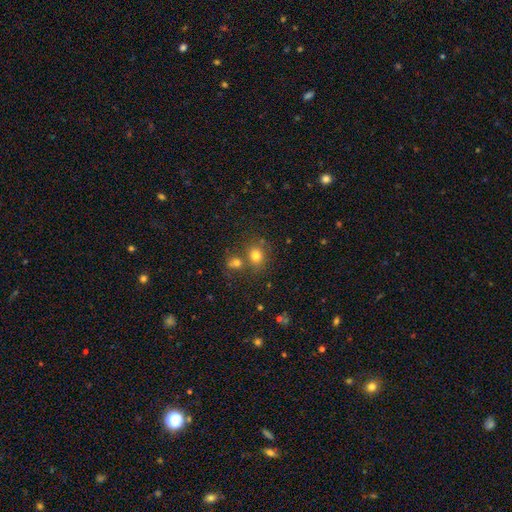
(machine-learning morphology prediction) Smooth or featured?
  - smooth: 77% *
  - star or artifact: 14%
  - featured or disk: 9%
How rounded?
  - round: 72% *
  - in between: 27%
  - cigar-shaped: 1%
Merging?
  - none: 58% *
  - merger: 28%
  - minor disturbance: 10%
  - major disturbance: 4%